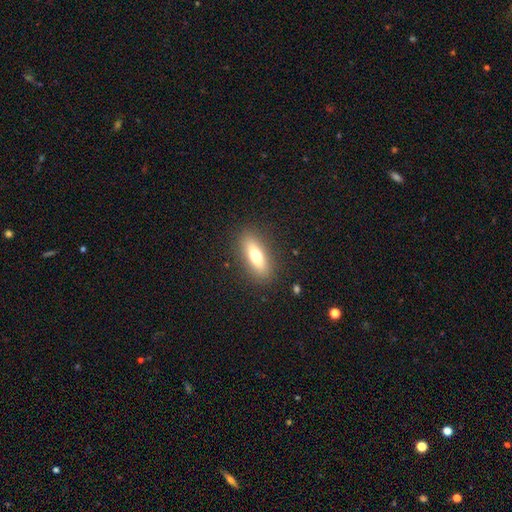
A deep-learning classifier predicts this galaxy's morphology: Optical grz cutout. It shows a smooth galaxy with no disk features (69%) that is in between round and cigar-shaped (60%). Merging: none (87%).